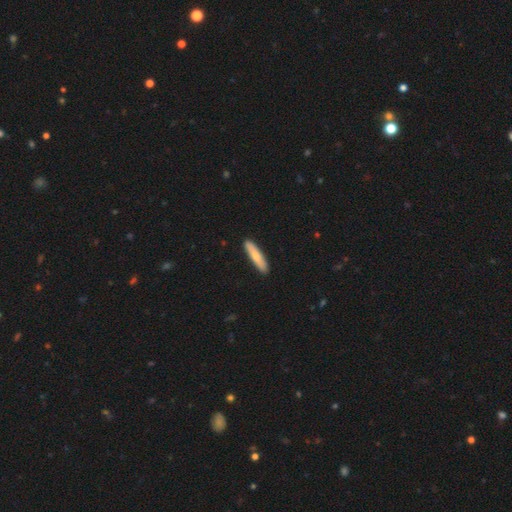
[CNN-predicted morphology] Overall: smooth (73%). How rounded: cigar-shaped (86%). Merging: none (90%).